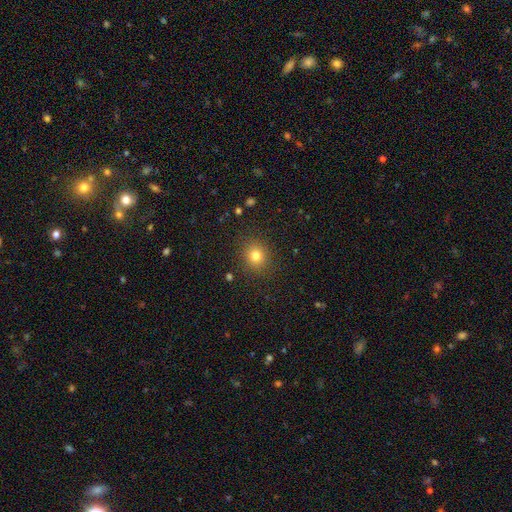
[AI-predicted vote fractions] Q: Smooth or featured?
A: smooth (79%); runner-up: star or artifact (14%)
Q: How rounded?
A: round (82%); runner-up: in between (17%)
Q: Merging?
A: none (89%); runner-up: minor disturbance (7%)